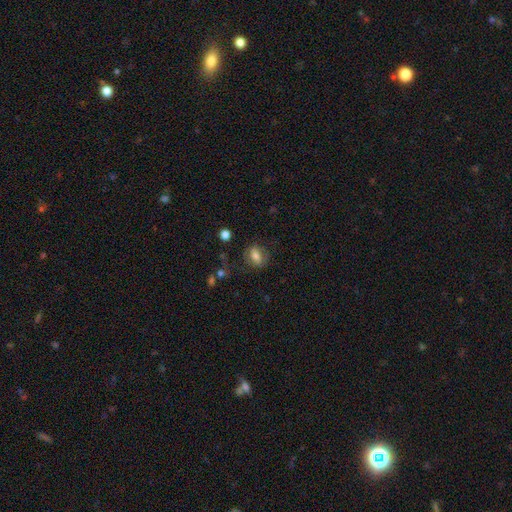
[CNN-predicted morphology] smooth 66%, featured or disk 25%, star or artifact 10%. Down the decision tree: how rounded — in between (63%); merging — none (73%).